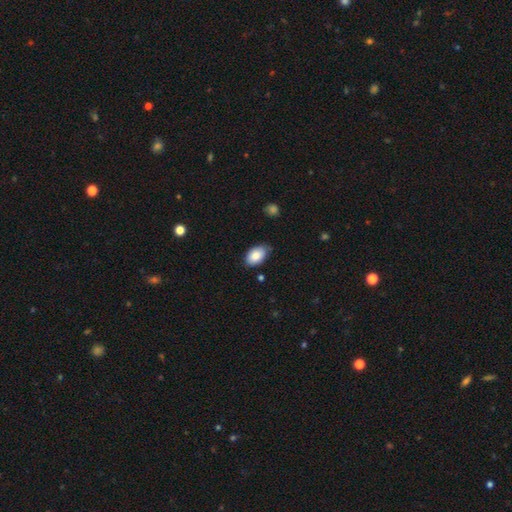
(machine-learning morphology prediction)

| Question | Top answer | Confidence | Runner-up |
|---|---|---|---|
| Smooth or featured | smooth | 84% | featured or disk (9%) |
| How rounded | in between | 92% | round (7%) |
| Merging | none | 78% | minor disturbance (18%) |